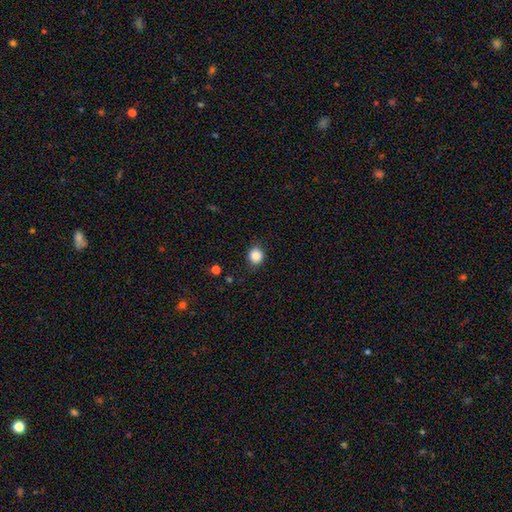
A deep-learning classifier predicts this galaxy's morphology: This is clearly a smooth galaxy (85%). How rounded: clearly round (86%). Merging: clearly none (87%).